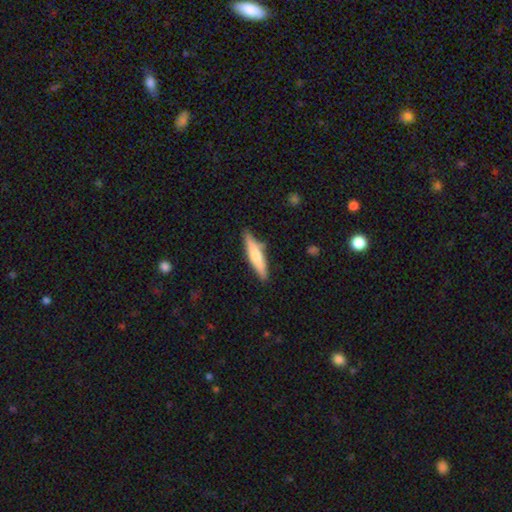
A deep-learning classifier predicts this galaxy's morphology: Smooth or featured? Predicted: smooth (p=0.58). How rounded? Predicted: cigar-shaped (p=0.84). Merging? Predicted: none (p=0.80).